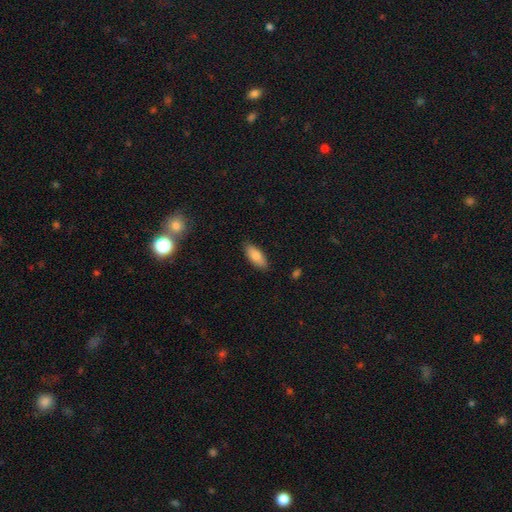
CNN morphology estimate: smooth-or-featured: smooth: 81% | featured or disk: 13% | star or artifact: 6%
  how-rounded: in between: 81% | cigar-shaped: 17% | round: 2%
  merging: none: 87% | minor disturbance: 10% | major disturbance: 2% | merger: 1%